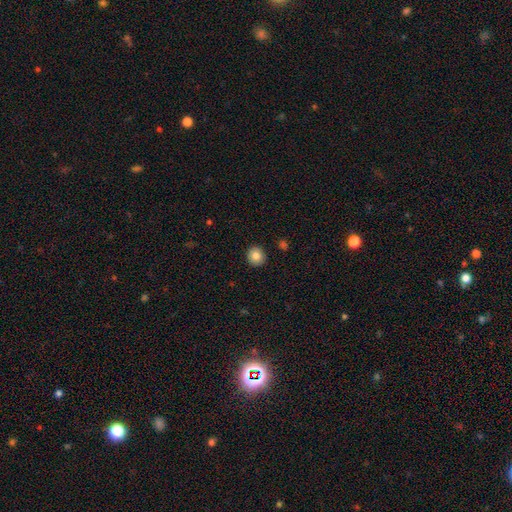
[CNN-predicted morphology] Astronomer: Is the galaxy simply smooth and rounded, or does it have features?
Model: smooth — 83%.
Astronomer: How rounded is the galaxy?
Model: round — 88%.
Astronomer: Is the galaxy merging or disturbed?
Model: none — 91%.